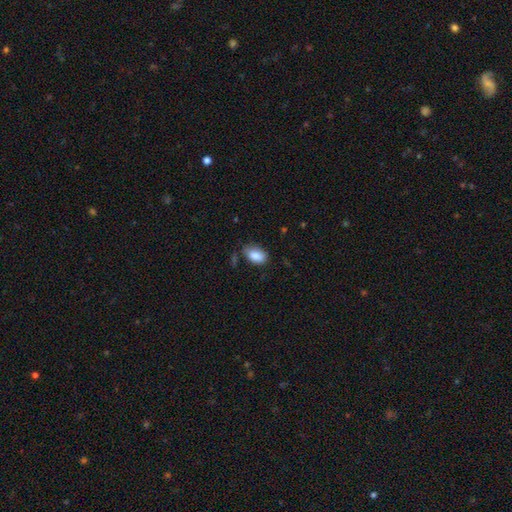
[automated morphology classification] This appears to be a smooth galaxy with no disk features (86%) that is in between round and cigar-shaped (91%). Merging: none (68%).